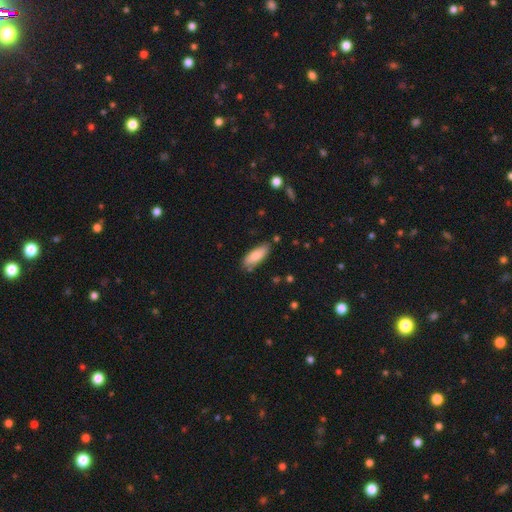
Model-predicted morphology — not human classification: Smooth or featured?
  - smooth: 80% *
  - featured or disk: 14%
  - star or artifact: 6%
How rounded?
  - in between: 65% *
  - cigar-shaped: 33%
  - round: 2%
Merging?
  - none: 76% *
  - minor disturbance: 17%
  - merger: 4%
  - major disturbance: 3%